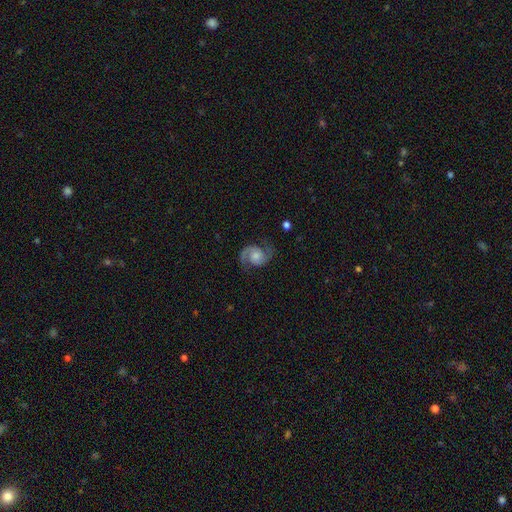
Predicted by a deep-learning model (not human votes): The model was most divided on "bulge size": moderate: 49%, small: 33%, large: 9%, none: 8%, dominant: 2%. More confident: edge-on disk — no (98%); spiral arms — yes (98%); spiral arm count — 2 (93%); smooth or featured — featured or disk (89%); merging — none (79%); bar — no (69%); spiral winding — medium (57%).